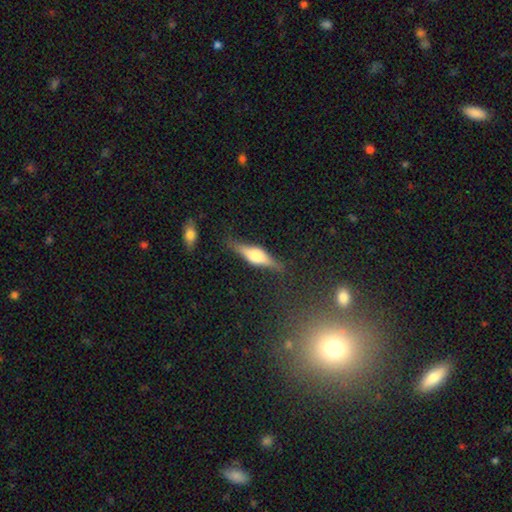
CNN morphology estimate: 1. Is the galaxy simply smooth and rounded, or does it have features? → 65% featured or disk, 29% smooth, 7% star or artifact.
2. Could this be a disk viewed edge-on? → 94% yes, 6% no.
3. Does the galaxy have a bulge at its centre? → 87% rounded, 10% boxy, 2% none.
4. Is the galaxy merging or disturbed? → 79% none, 15% minor disturbance, 4% major disturbance, 2% merger.